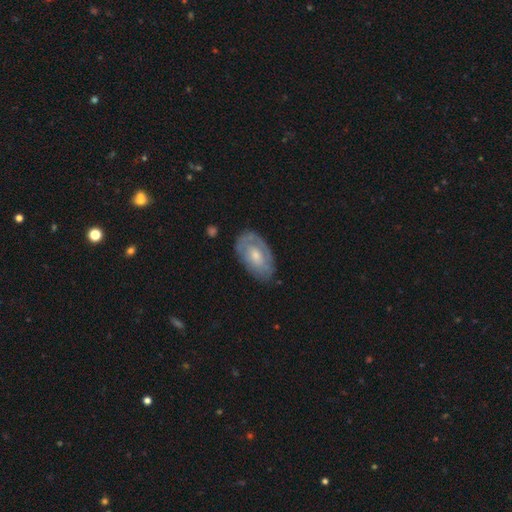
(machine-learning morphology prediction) This is possibly a featured or disk galaxy (56%). It is clearly not viewed edge-on (93%). Bar: likely no (70%). Spiral arm pattern: possibly yes (59%). Central bulge: possibly moderate (54%). Merging: likely none (72%).